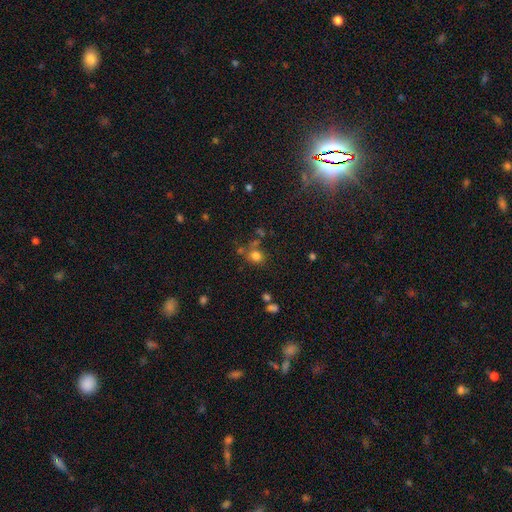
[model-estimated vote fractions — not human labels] smooth_or_featured: smooth (p=0.77) [alt: star or artifact p=0.16]
how_rounded: round (p=0.76) [alt: in between p=0.23]
merging: none (p=0.66) [alt: merger p=0.15]